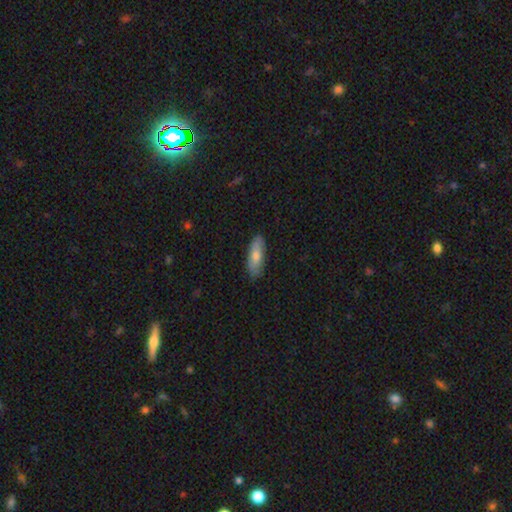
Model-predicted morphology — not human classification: Smooth or featured? Predicted: smooth (p=0.73). How rounded? Predicted: in between (p=0.59). Merging? Predicted: none (p=0.86).